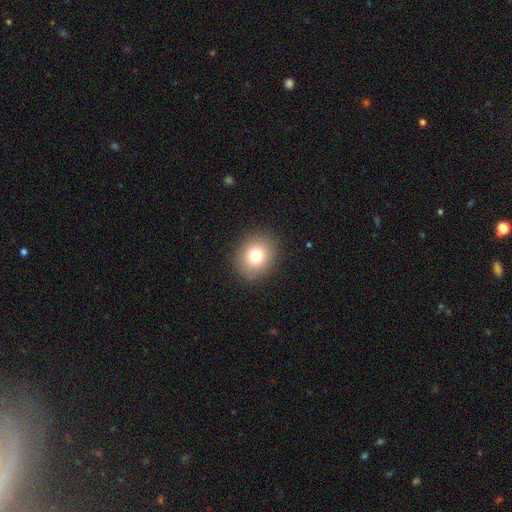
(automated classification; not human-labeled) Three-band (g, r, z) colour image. It shows a smooth galaxy with no disk features (78%) that is round (67%). Merging: none (88%).